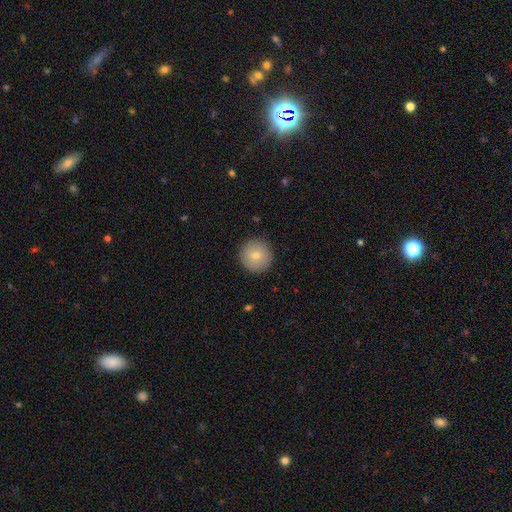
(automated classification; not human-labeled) This appears to be a smooth galaxy with no disk features (77%) that is round (96%). Merging: none (91%).